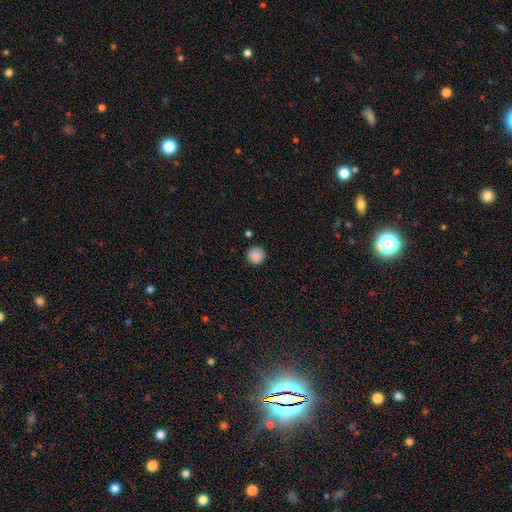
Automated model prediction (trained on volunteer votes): Overall: smooth (88%). How rounded: round (95%). Merging: none (89%).